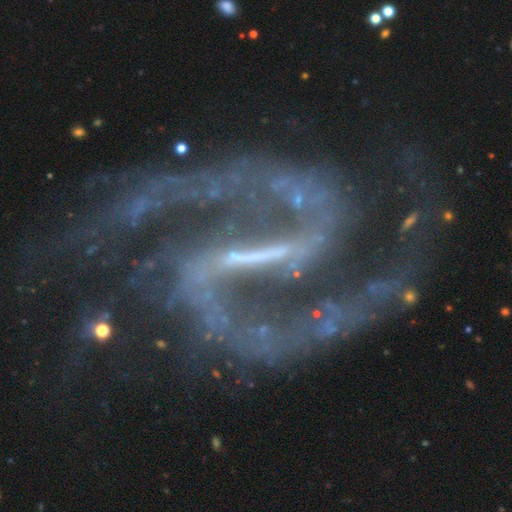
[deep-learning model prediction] Morphology: type=featured or disk (94%); edge-on=no (98%); bar=strong (66%); spiral arms=yes (98%); winding=medium (62%); arm count=2 (95%); bulge=small (50%); merging=none (72%).